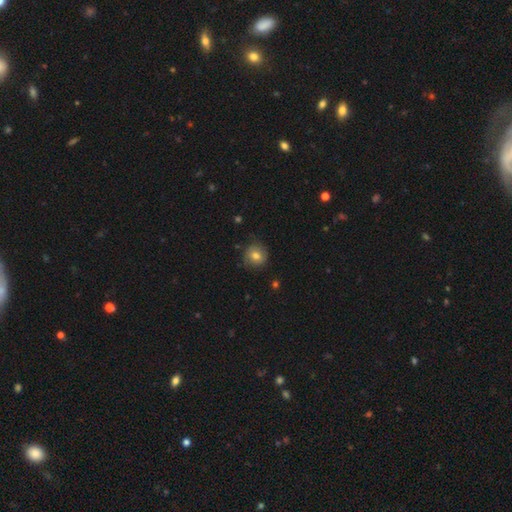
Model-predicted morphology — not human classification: Smooth or featured? smooth (71%)
How rounded? round (88%)
Merging? none (78%)